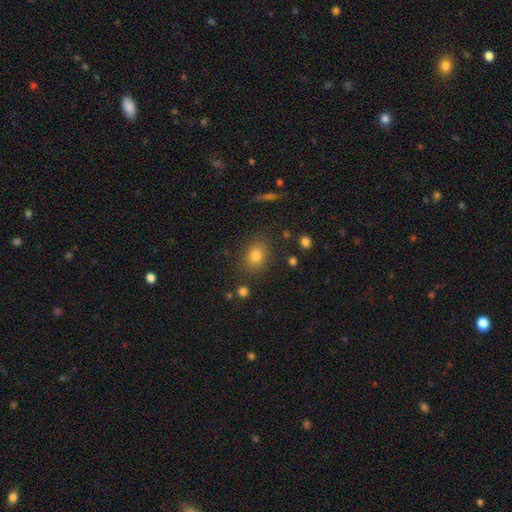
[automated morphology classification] Smooth or featured? Predicted: smooth (p=0.77). How rounded? Predicted: in between (p=0.54). Merging? Predicted: none (p=0.82).